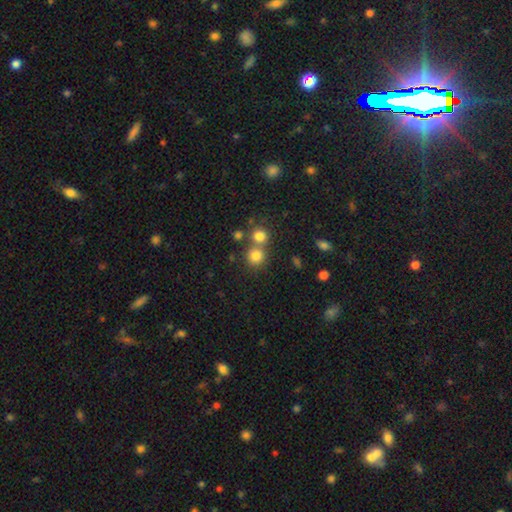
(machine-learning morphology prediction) This appears to be a smooth galaxy with no disk features (80%) that is round (88%). Merging: none (58%).